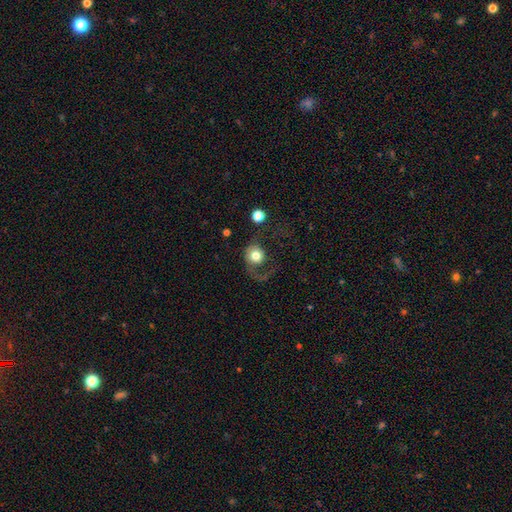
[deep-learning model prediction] Smooth or featured?
  - smooth: 63% *
  - featured or disk: 28%
  - star or artifact: 8%
How rounded?
  - round: 83% *
  - in between: 16%
  - cigar-shaped: 1%
Merging?
  - major disturbance: 50% *
  - none: 31%
  - minor disturbance: 14%
  - merger: 5%